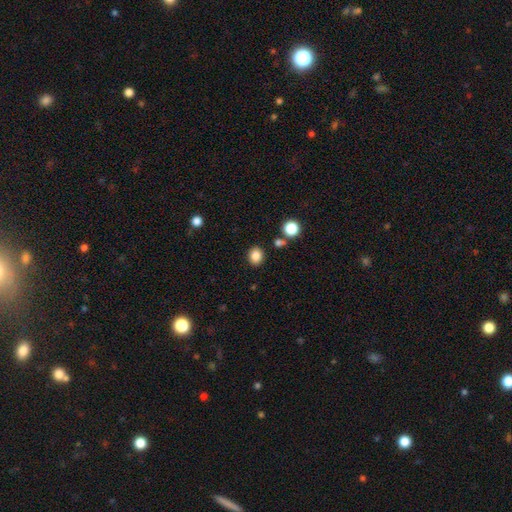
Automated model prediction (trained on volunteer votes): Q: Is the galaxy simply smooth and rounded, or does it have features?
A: smooth — 85%.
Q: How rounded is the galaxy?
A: round — 66%.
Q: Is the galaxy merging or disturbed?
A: none — 86%.